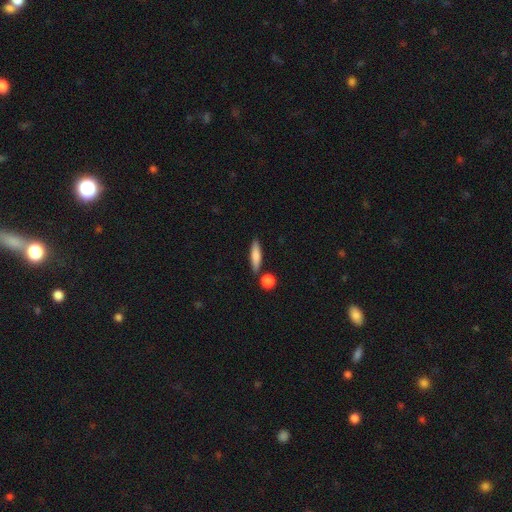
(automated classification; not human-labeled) Smooth or featured? smooth (76%)
How rounded? cigar-shaped (70%)
Merging? none (80%)